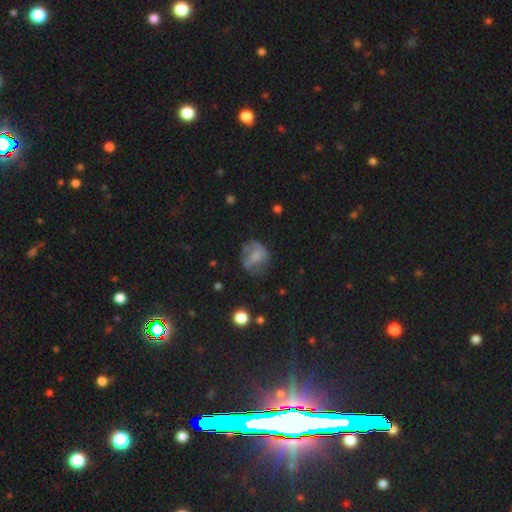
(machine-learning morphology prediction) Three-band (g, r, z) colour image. It shows a smooth galaxy with no disk features (50%) that is round (62%). Merging: none (49%).